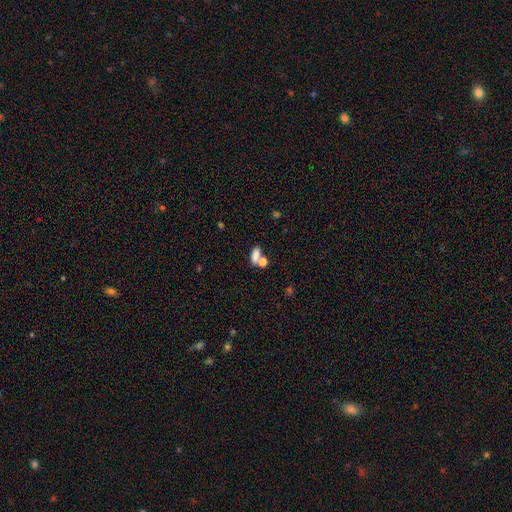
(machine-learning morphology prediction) Smooth or featured? smooth (78%)
How rounded? in between (76%)
Merging? none (46%)